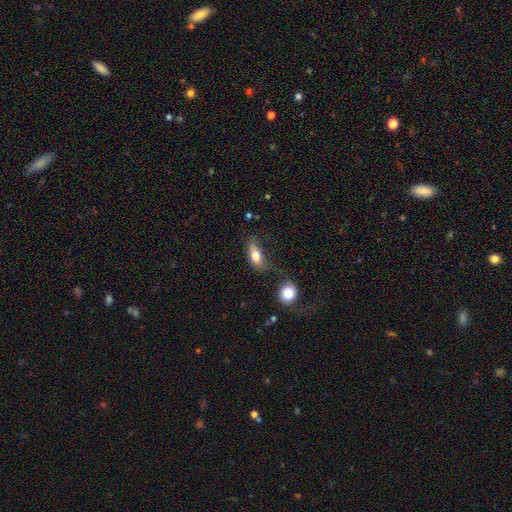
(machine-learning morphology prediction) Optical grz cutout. It shows a smooth galaxy with no disk features (75%) that is in between round and cigar-shaped (79%). Merging: none (49%).